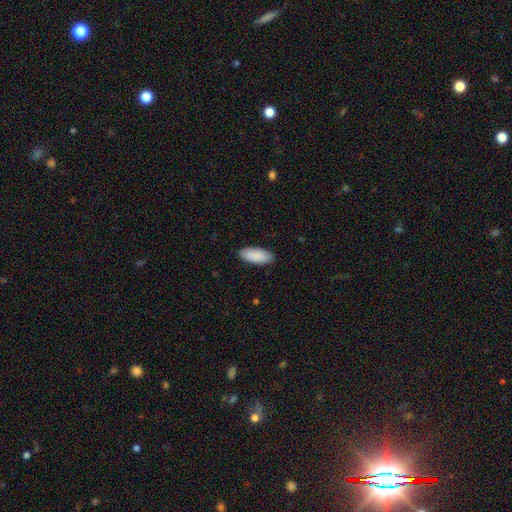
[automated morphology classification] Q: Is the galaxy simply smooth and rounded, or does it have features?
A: smooth — 91%.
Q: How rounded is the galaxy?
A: in between — 86%.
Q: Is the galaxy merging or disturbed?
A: none — 89%.